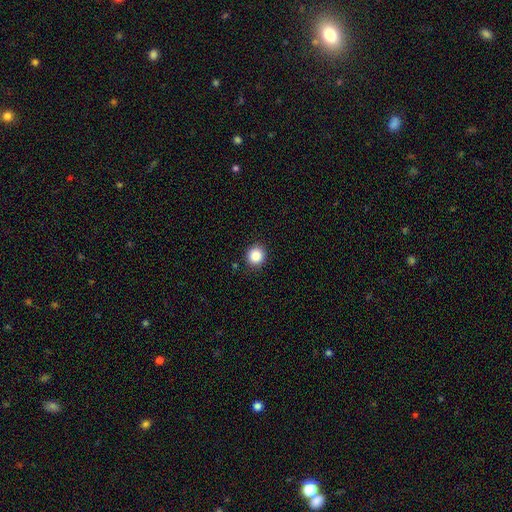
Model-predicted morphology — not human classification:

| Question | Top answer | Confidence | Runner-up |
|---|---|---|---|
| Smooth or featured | smooth | 88% | star or artifact (9%) |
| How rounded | round | 91% | in between (8%) |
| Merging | none | 91% | minor disturbance (6%) |